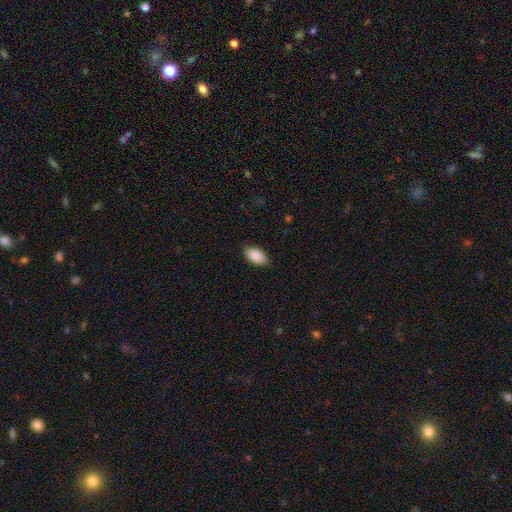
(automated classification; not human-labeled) smooth_or_featured: smooth (p=0.90) [alt: star or artifact p=0.06]
how_rounded: in between (p=0.94) [alt: round p=0.03]
merging: none (p=0.85) [alt: minor disturbance p=0.11]